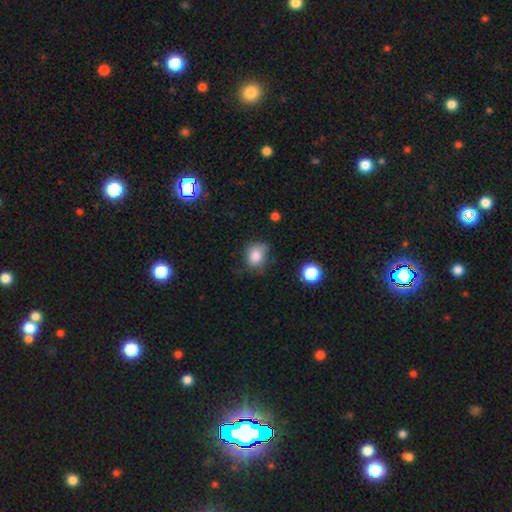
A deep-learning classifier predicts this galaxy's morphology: Q: Smooth or featured?
A: smooth (80%); runner-up: star or artifact (11%)
Q: How rounded?
A: round (62%); runner-up: in between (37%)
Q: Merging?
A: none (56%); runner-up: minor disturbance (31%)